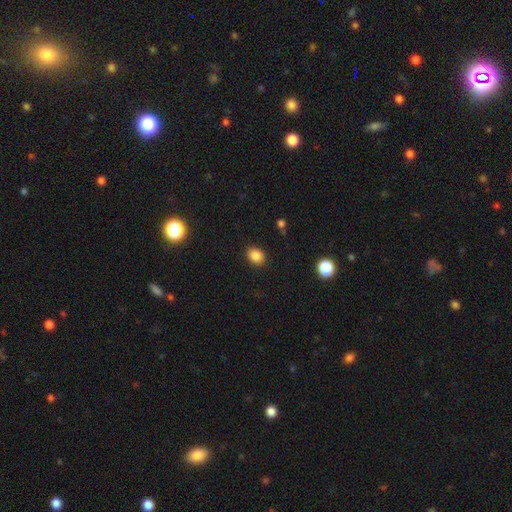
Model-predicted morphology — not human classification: The model was most divided on "how rounded": in between: 50%, round: 49%, cigar-shaped: 1%. More confident: merging — none (89%); smooth or featured — smooth (85%).